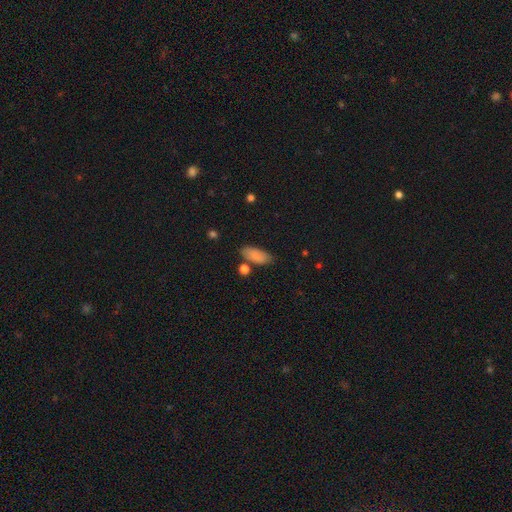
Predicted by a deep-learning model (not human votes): This is clearly a smooth galaxy (86%). How rounded: clearly in between (83%). Merging: likely none (74%).